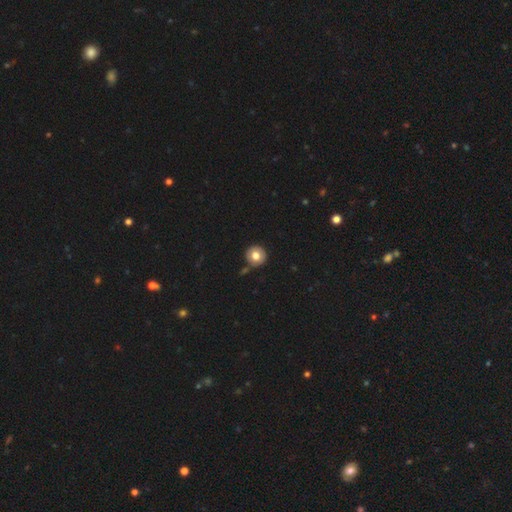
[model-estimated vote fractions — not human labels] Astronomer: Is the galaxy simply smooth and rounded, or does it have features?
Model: smooth — 75%.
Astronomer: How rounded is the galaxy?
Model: round — 94%.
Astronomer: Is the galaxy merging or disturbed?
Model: none — 83%.